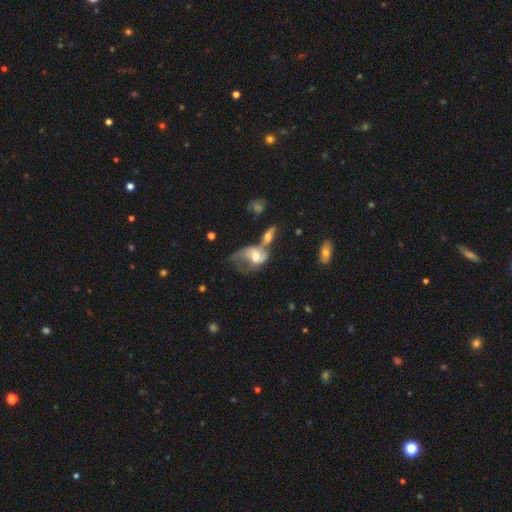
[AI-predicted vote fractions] Smooth or featured? Predicted: featured or disk (p=0.53). Edge-on disk? Predicted: no (p=0.94). Bar? Predicted: no (p=0.67). Spiral arms? Predicted: yes (p=0.58). Bulge size? Predicted: moderate (p=0.58). Merging? Predicted: merger (p=0.52).